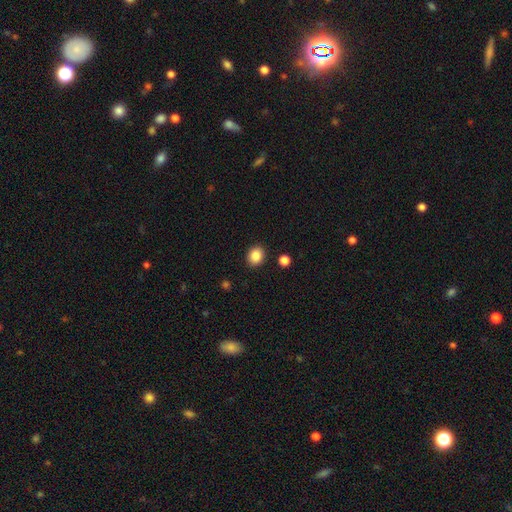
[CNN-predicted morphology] smooth 86%, star or artifact 9%, featured or disk 4%. Down the decision tree: how rounded — round (62%); merging — none (89%).